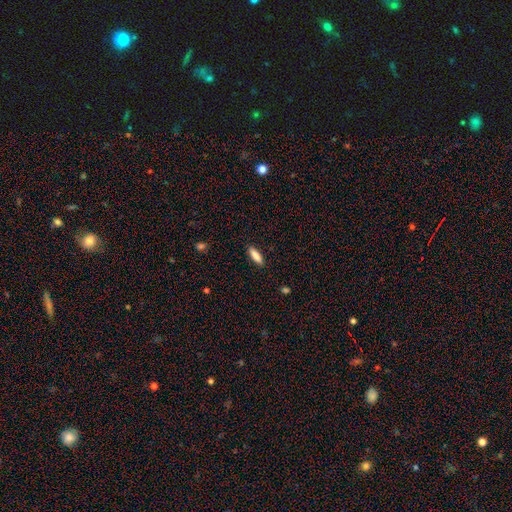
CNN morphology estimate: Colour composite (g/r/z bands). It shows a smooth galaxy with no disk features (87%) that is cigar-shaped (54%). Merging: none (89%).